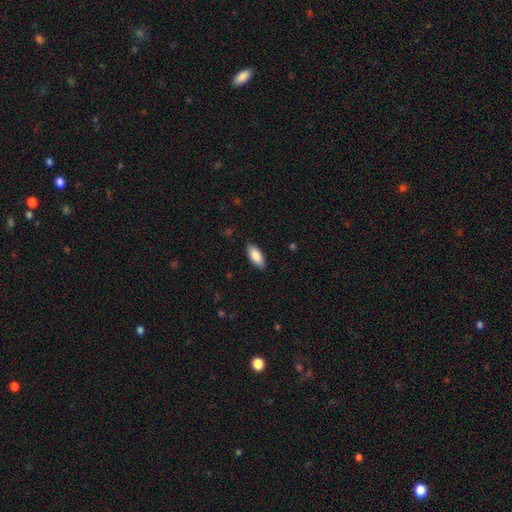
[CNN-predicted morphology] A smooth galaxy with no disk features (88%) that is in between round and cigar-shaped (85%). Merging: none (88%).